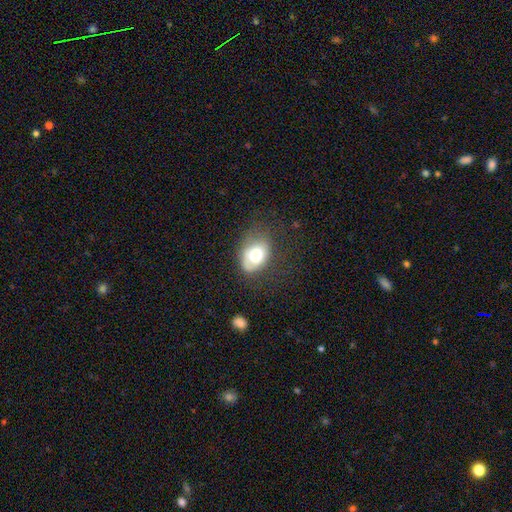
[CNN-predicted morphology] This appears to be a smooth galaxy with no disk features (70%) that is in between round and cigar-shaped (76%). Merging: none (55%).